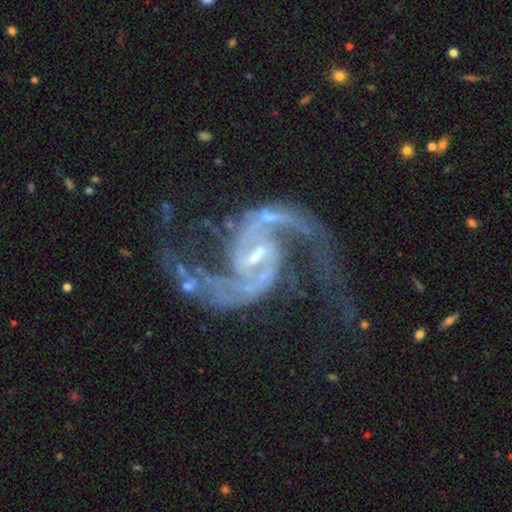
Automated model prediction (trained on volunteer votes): This is clearly a featured or disk galaxy (94%). It is clearly not viewed edge-on (98%). Bar: possibly weak (51%). Spiral arm pattern: clearly yes (99%). Spiral arm count: clearly 2 (94%). Spiral winding: possibly medium (48%). Central bulge: likely small (63%). Merging: likely none (63%).